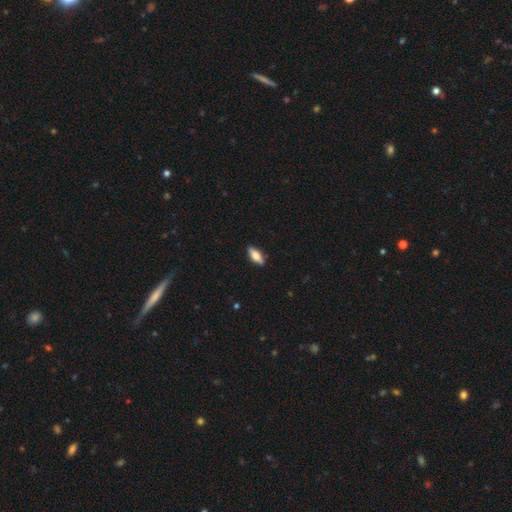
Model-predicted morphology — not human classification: A smooth galaxy with no disk features (66%) that is in between round and cigar-shaped (75%).

Vote fractions:
- Smooth or featured? smooth: 66% / featured or disk: 28% / star or artifact: 6%
- How rounded? in between: 75% / cigar-shaped: 22% / round: 3%
- Merging? none: 88% / minor disturbance: 9% / major disturbance: 2% / merger: 1%